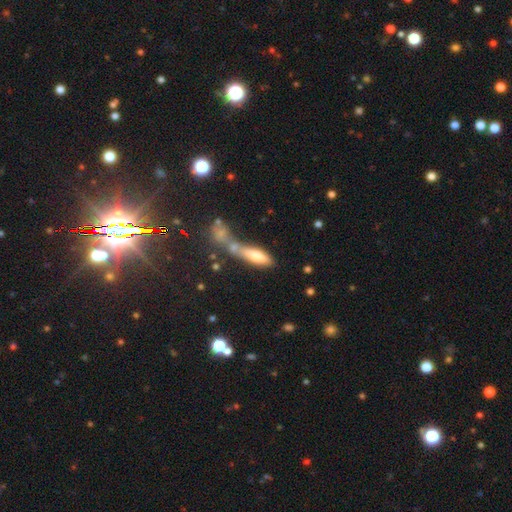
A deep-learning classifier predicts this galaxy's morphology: smooth 72%, featured or disk 20%, star or artifact 9%. Down the decision tree: how rounded — cigar-shaped (53%); merging — merger (52%).